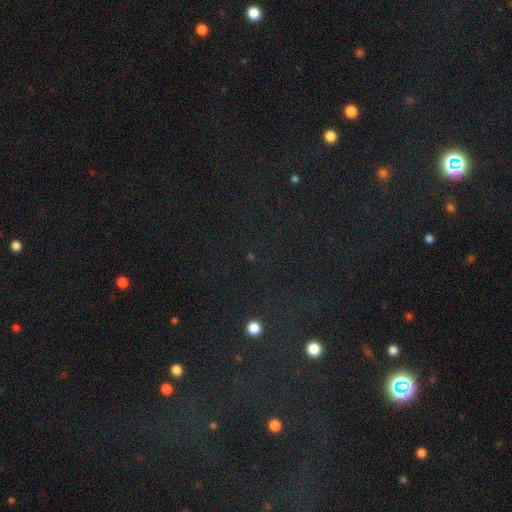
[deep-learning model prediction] Smooth or featured?
  - star or artifact: 76% *
  - smooth: 15%
  - featured or disk: 9%